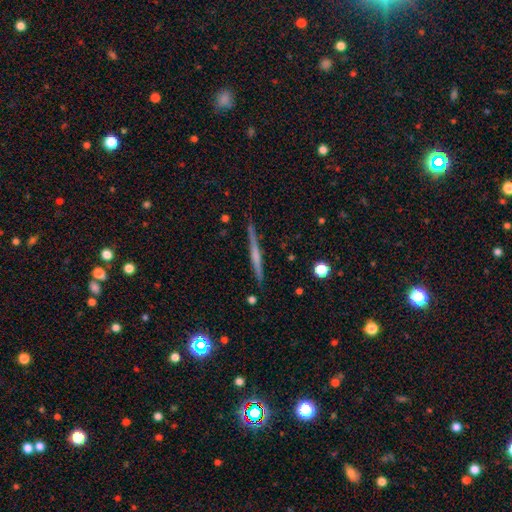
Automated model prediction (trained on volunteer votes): smooth-or-featured: featured or disk: 65% | smooth: 28% | star or artifact: 7%
  disk-edge-on: yes: 98% | no: 2%
    edge-on-bulge: none: 55% | rounded: 32% | boxy: 13%
  merging: none: 90% | minor disturbance: 7% | major disturbance: 1% | merger: 1%